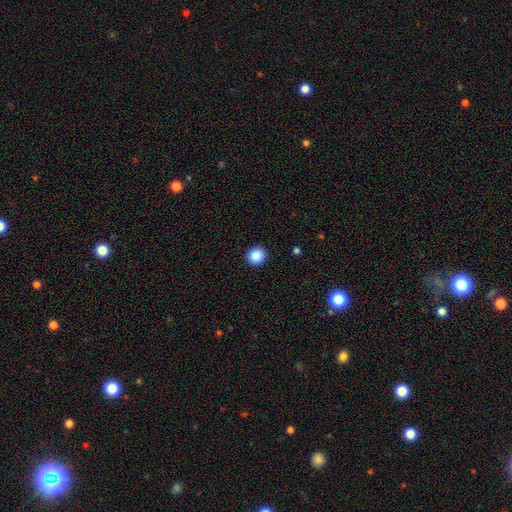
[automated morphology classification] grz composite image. It shows a smooth galaxy with no disk features (87%) that is round (93%). Merging: none (93%).